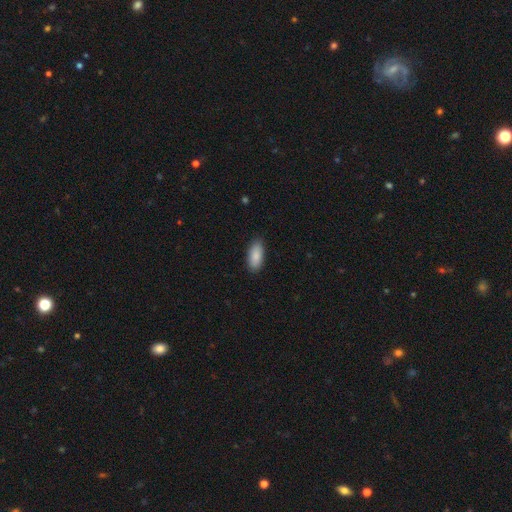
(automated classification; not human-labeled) A smooth galaxy with no disk features (88%) that is in between round and cigar-shaped (88%). Merging: none (87%).